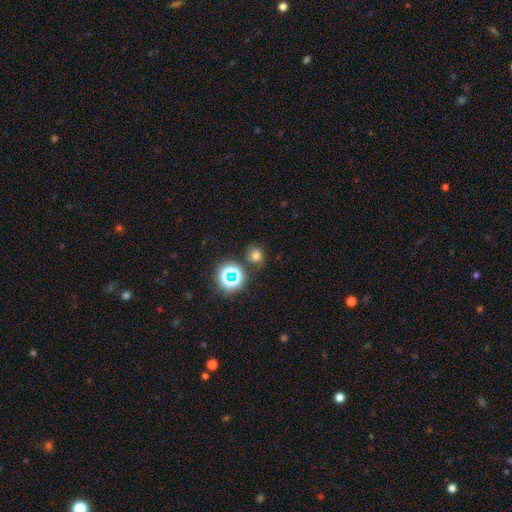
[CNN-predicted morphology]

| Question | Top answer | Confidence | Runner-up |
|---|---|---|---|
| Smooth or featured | smooth | 68% | star or artifact (25%) |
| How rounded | round | 83% | in between (16%) |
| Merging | none | 81% | minor disturbance (10%) |